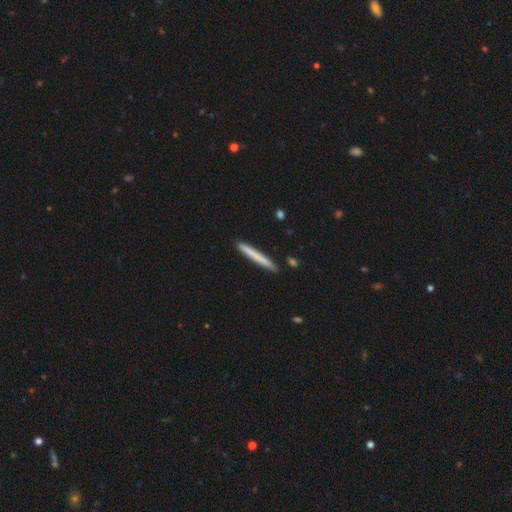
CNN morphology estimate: Smooth or featured? Predicted: smooth (p=0.71). How rounded? Predicted: cigar-shaped (p=0.97). Merging? Predicted: none (p=0.90).